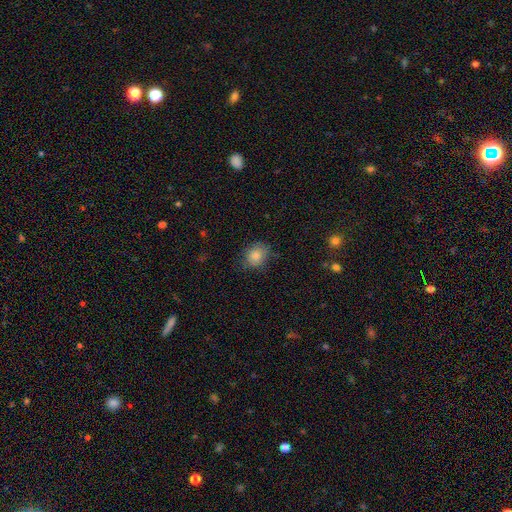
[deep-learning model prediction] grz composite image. It shows a smooth galaxy with no disk features (84%) that is round (67%). Merging: none (73%).